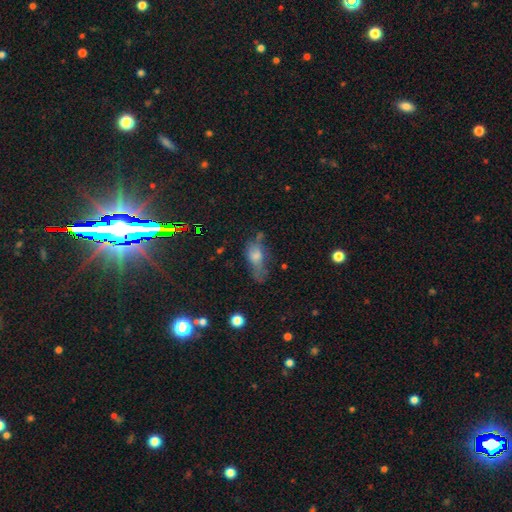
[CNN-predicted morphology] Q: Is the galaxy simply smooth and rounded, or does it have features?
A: smooth — 53%.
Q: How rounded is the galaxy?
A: in between — 75%.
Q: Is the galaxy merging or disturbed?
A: none — 41%.